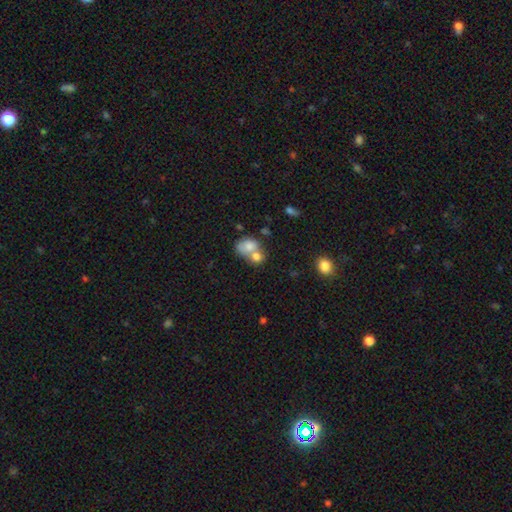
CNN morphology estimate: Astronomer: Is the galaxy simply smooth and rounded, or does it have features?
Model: smooth — 76%.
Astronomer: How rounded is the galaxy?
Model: round — 53% (runner-up: in between, 46%).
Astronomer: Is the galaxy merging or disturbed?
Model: merger — 61%.